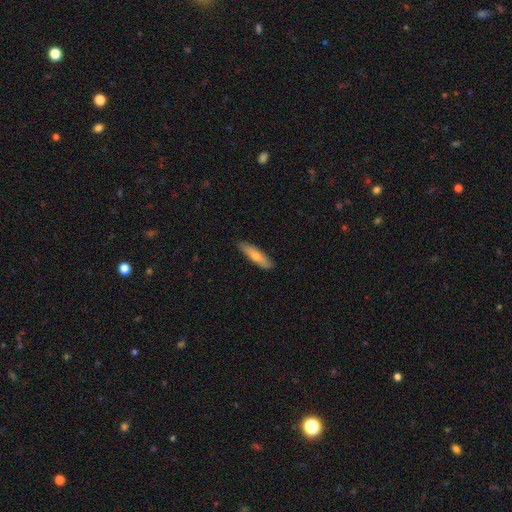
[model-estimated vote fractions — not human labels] Smooth or featured? Predicted: smooth (p=0.62). How rounded? Predicted: cigar-shaped (p=0.77). Merging? Predicted: none (p=0.86).